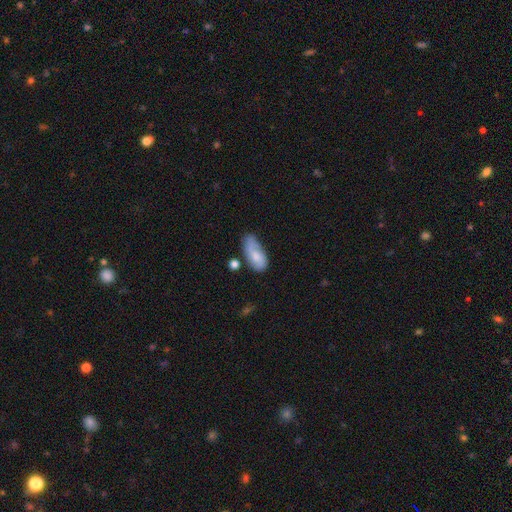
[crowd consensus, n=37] Morphology: type=smooth (76%); roundness=in between (100%); merging=none (50%).